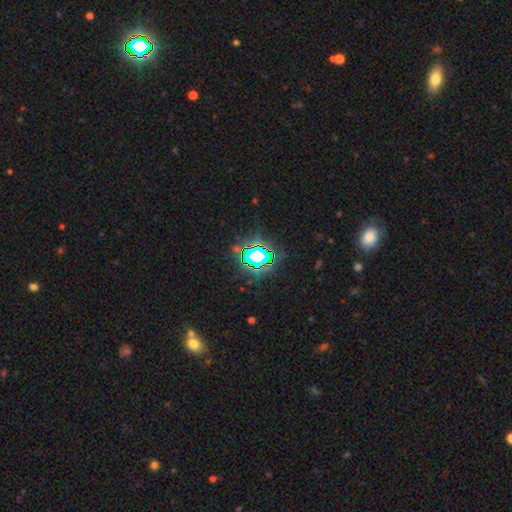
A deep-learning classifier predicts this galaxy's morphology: Overall: star or artifact (73%).